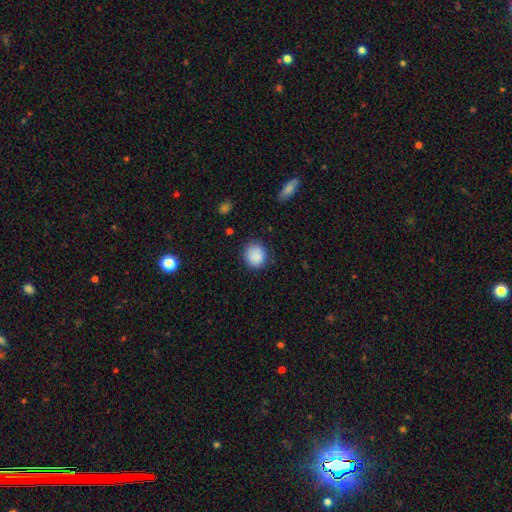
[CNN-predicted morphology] type=smooth (88%); roundness=round (82%); merging=none (83%).